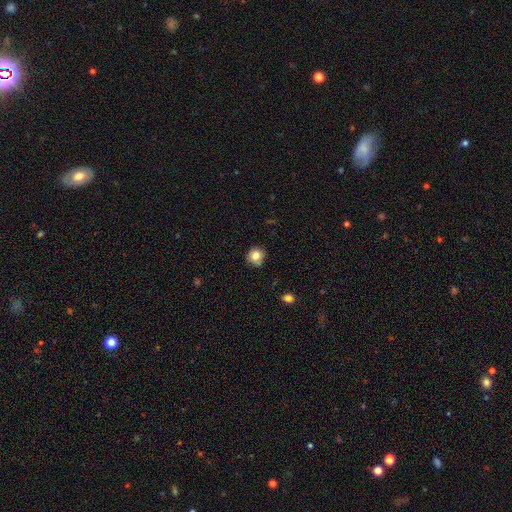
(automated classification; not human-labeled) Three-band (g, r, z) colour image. It shows a smooth galaxy with no disk features (80%) that is round (89%). Merging: none (80%).